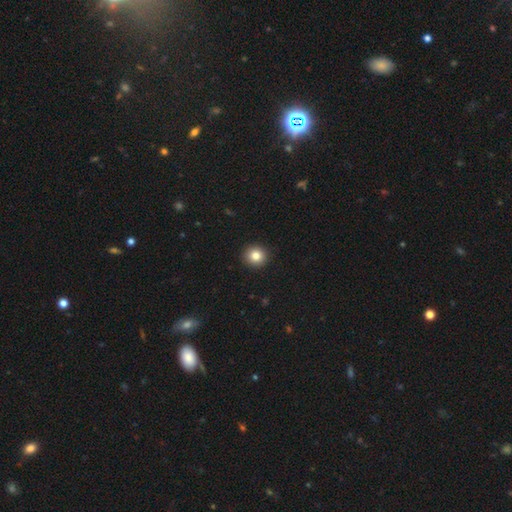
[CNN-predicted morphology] Smooth or featured? Predicted: smooth (p=0.83). How rounded? Predicted: round (p=0.92). Merging? Predicted: none (p=0.93).